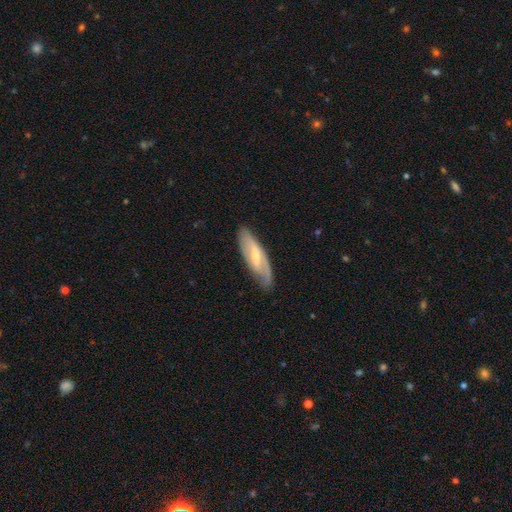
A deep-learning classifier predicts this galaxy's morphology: This is likely a featured or disk galaxy (62%). It is likely not viewed edge-on (75%). Merging: likely none (77%).